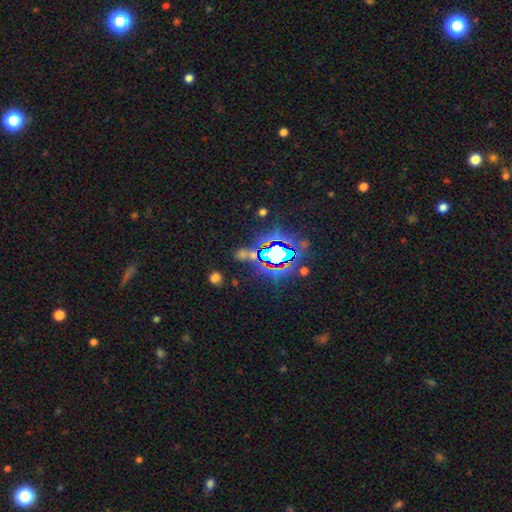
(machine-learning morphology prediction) Smooth or featured? star or artifact (69%)